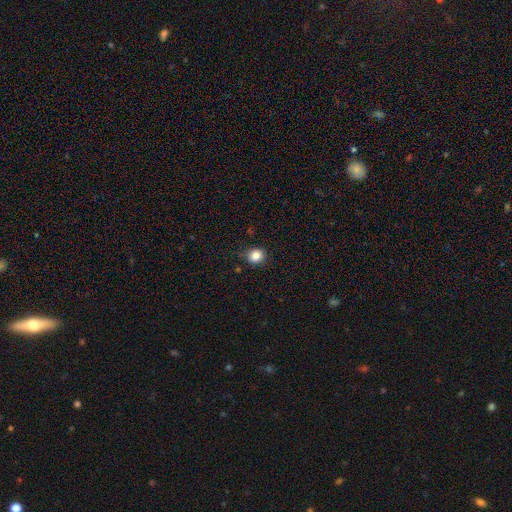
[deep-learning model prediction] smooth_or_featured: smooth (p=0.84) [alt: star or artifact p=0.11]
how_rounded: round (p=0.78) [alt: in between p=0.21]
merging: none (p=0.82) [alt: minor disturbance p=0.14]